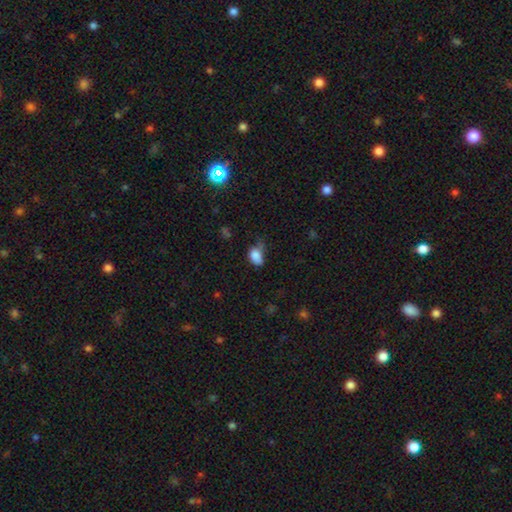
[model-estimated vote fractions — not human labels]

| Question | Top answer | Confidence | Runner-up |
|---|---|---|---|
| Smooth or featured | smooth | 83% | star or artifact (9%) |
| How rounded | in between | 78% | round (20%) |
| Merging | minor disturbance | 40% | none (33%) |